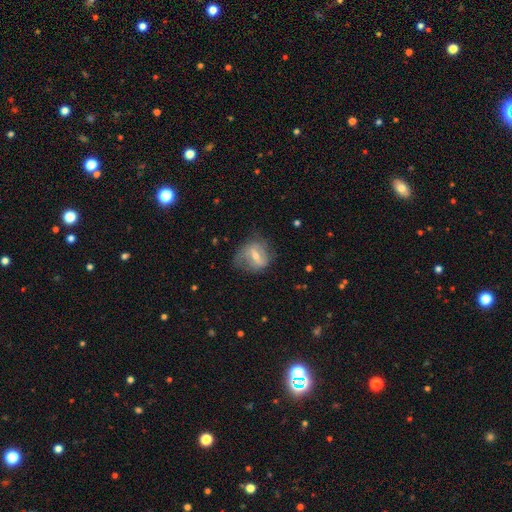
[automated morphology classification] smooth-or-featured: featured or disk: 61% | smooth: 29% | star or artifact: 10%
  disk-edge-on: no: 93% | yes: 7%
    bar: weak: 45% | strong: 37% | no: 17%
    has-spiral-arms: yes: 66% | no: 34%
    bulge-size: moderate: 48% | small: 45% | none: 3% | large: 3% | dominant: 1%
  merging: none: 62% | minor disturbance: 24% | major disturbance: 12% | merger: 1%